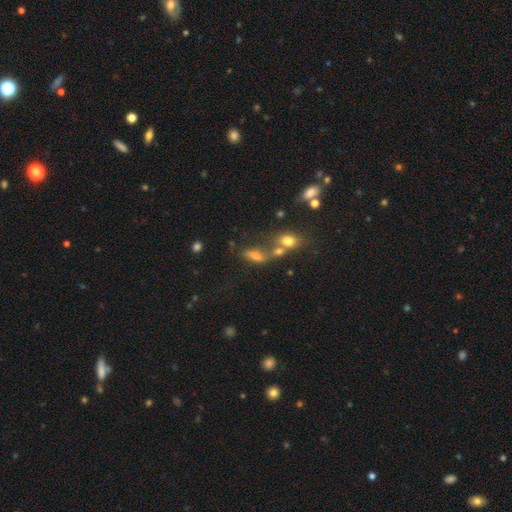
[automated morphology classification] Overall: smooth (57%; featured or disk 24%). How rounded: in between (68%). Merging: merger (42%; none 34%).